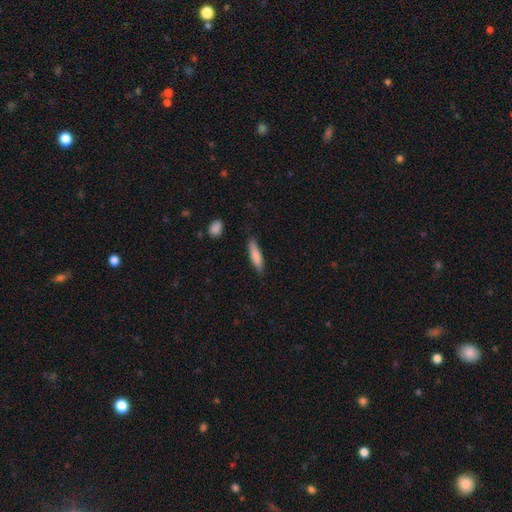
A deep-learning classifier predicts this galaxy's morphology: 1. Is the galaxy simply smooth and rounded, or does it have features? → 82% smooth, 12% featured or disk, 6% star or artifact.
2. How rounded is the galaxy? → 74% cigar-shaped, 25% in between, 2% round.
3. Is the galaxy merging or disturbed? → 80% none, 15% minor disturbance, 3% major disturbance, 2% merger.